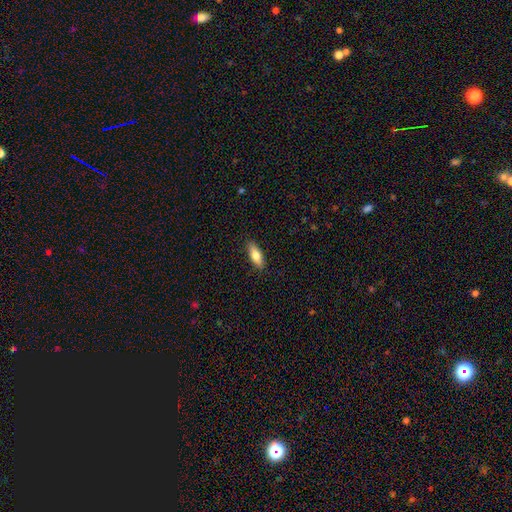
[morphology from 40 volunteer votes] smooth-or-featured: smooth: 70% | featured or disk: 28% | star or artifact: 2%
  how-rounded: cigar-shaped: 57% | in between: 43% | round: 0%
  merging: none: 87% | minor disturbance: 10% | merger: 3% | major disturbance: 0%